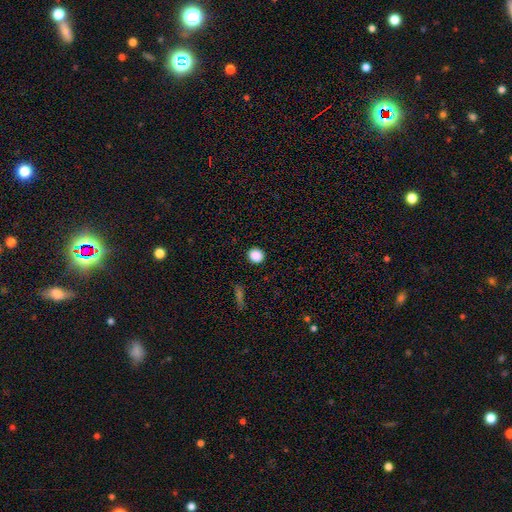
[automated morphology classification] Overall: smooth (88%). How rounded: round (88%). Merging: none (92%).